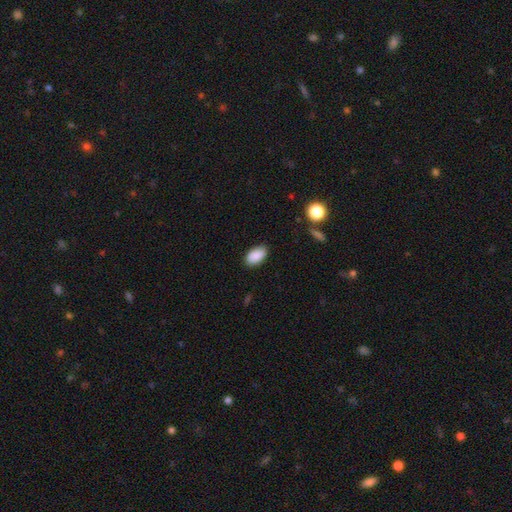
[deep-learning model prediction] Q: Smooth or featured?
A: smooth (89%); runner-up: star or artifact (7%)
Q: How rounded?
A: in between (94%); runner-up: round (4%)
Q: Merging?
A: none (86%); runner-up: minor disturbance (11%)